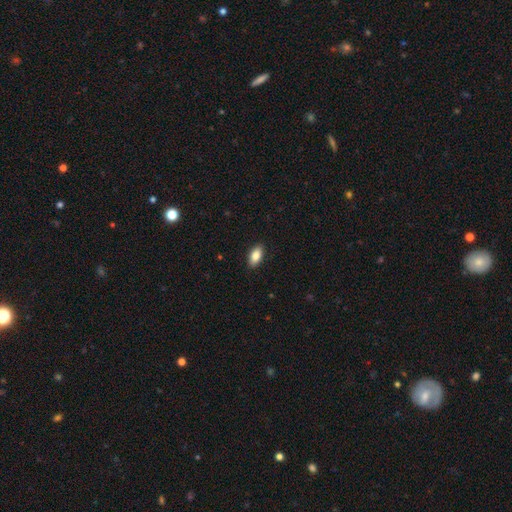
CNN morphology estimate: type=smooth (85%); roundness=in between (92%); merging=none (90%).